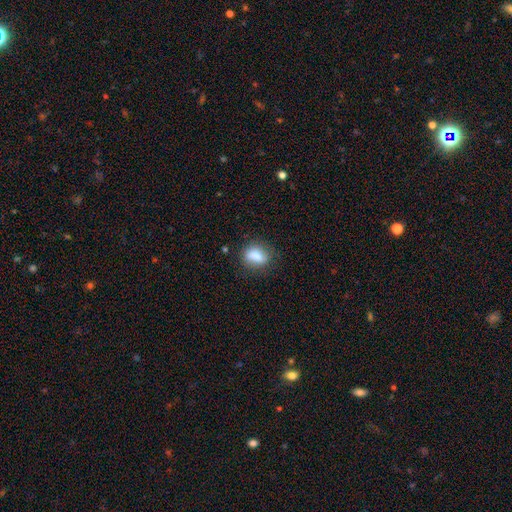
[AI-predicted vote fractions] Morphology: type=smooth (80%); roundness=in between (66%); merging=none (71%).